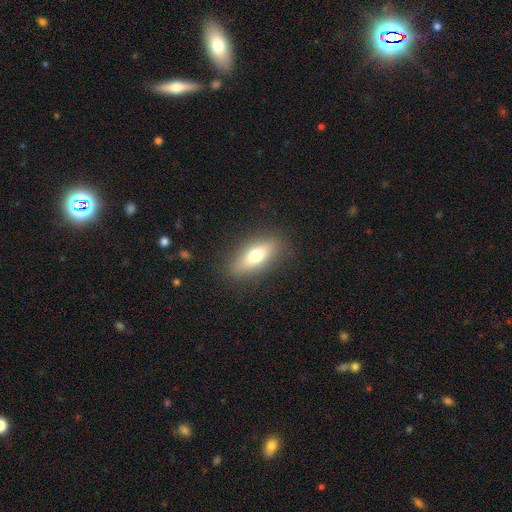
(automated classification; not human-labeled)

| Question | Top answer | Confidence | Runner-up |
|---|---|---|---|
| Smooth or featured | smooth | 70% | featured or disk (22%) |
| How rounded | in between | 74% | cigar-shaped (22%) |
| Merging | none | 85% | minor disturbance (10%) |